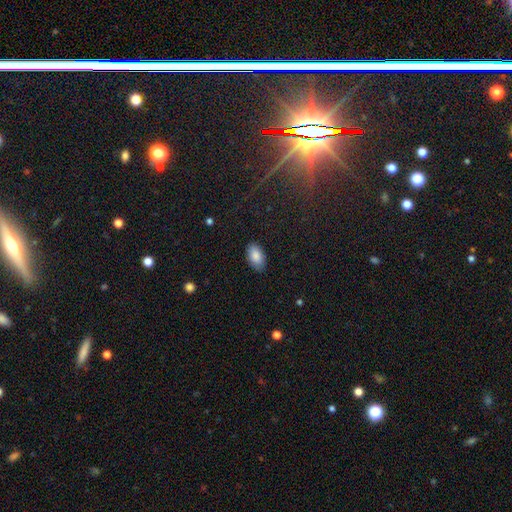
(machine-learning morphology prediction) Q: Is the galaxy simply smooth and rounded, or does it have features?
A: smooth — 87%.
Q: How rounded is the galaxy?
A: in between — 94%.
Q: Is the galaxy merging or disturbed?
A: none — 85%.